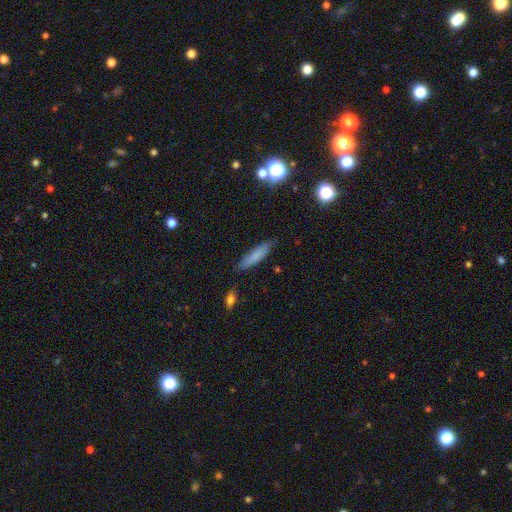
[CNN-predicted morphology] type=smooth (78%); roundness=cigar-shaped (77%); merging=none (84%).